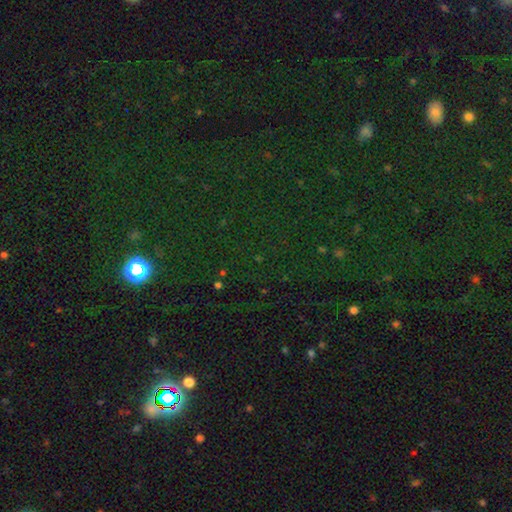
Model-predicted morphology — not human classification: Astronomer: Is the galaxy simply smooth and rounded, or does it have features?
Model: star or artifact — 78%.